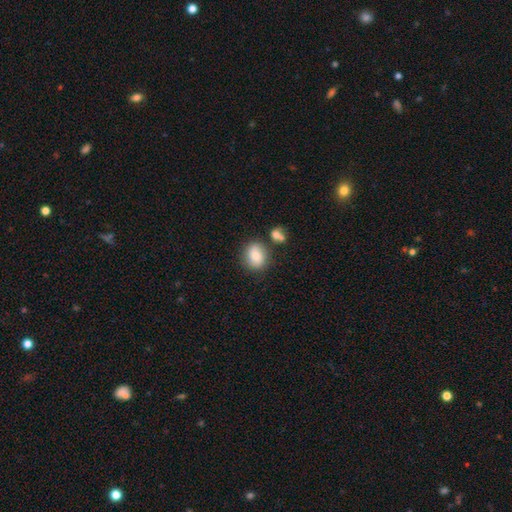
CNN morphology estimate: Smooth or featured? Predicted: smooth (p=0.80). How rounded? Predicted: round (p=0.54). Merging? Predicted: none (p=0.69).